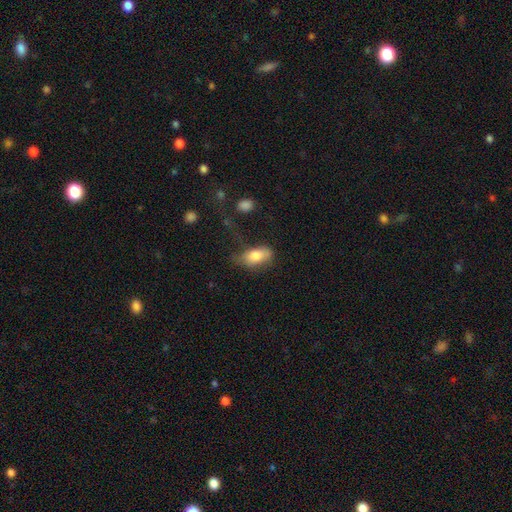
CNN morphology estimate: Overall: smooth (79%). How rounded: in between (90%). Merging: none (44%; minor disturbance 31%).